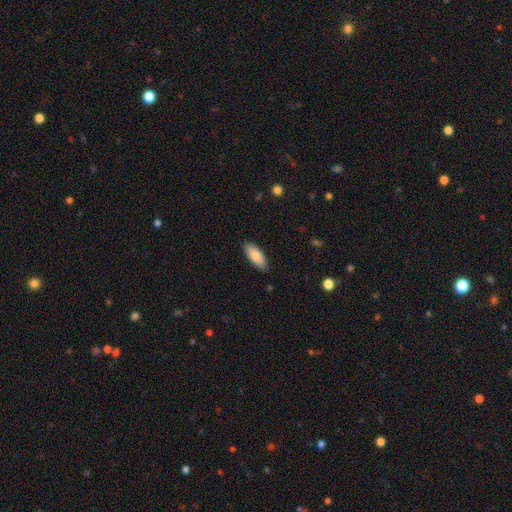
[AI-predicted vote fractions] Smooth or featured: smooth — 84% (featured or disk — 11%)
How rounded: in between — 79% (cigar-shaped — 20%)
Merging: none — 87% (minor disturbance — 10%)